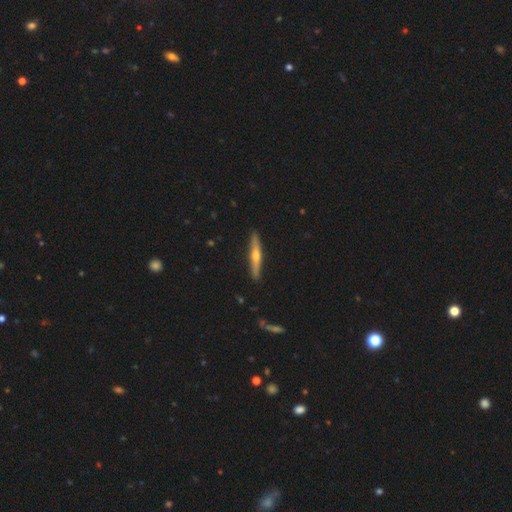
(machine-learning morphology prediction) A featured or disk galaxy (59%) viewed edge-on (96%) with a rounded central bulge (88%). Merging: none (90%).